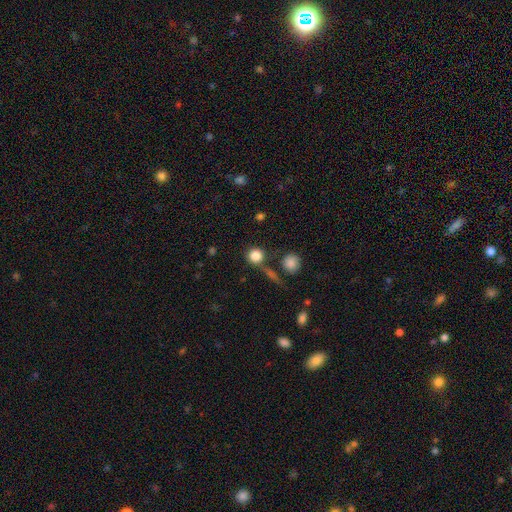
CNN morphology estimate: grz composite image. It shows a smooth galaxy with no disk features (83%) that is round (91%). Merging: none (67%).